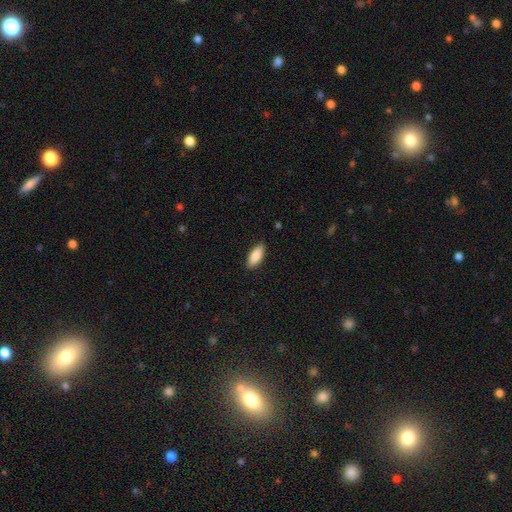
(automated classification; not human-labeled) This appears to be a smooth galaxy with no disk features (86%) that is in between round and cigar-shaped (77%). Merging: none (88%).